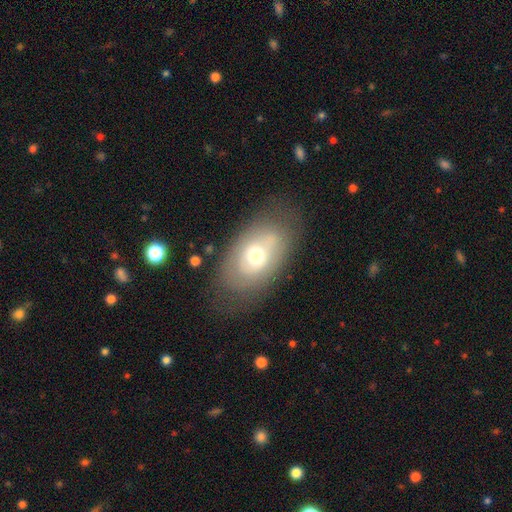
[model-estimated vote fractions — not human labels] Morphology: type=smooth (51%); roundness=in between (85%); merging=none (71%).